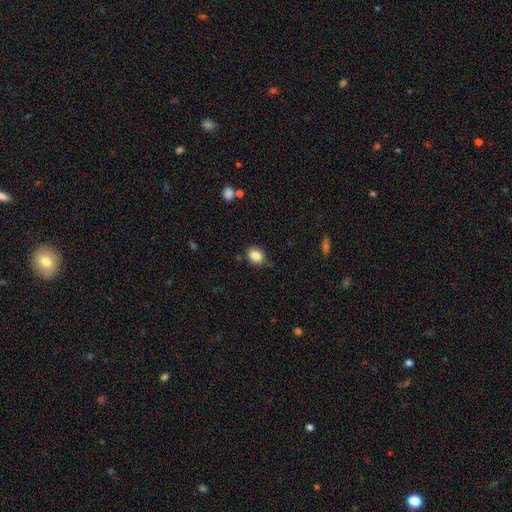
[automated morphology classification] Q: Smooth or featured?
A: smooth (85%); runner-up: star or artifact (9%)
Q: How rounded?
A: in between (59%); runner-up: round (40%)
Q: Merging?
A: none (82%); runner-up: minor disturbance (13%)